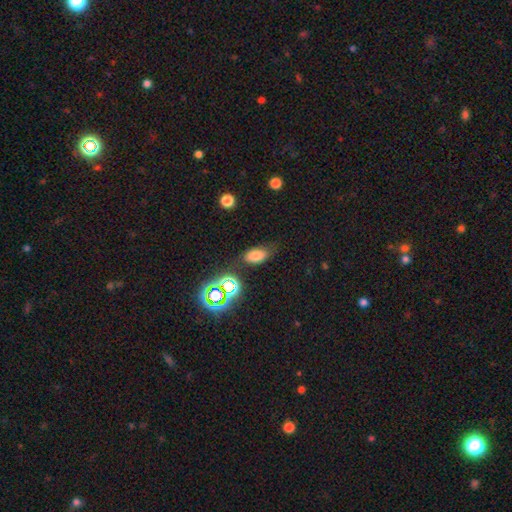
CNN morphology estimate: Q: Smooth or featured?
A: smooth (71%); runner-up: star or artifact (19%)
Q: How rounded?
A: in between (89%); runner-up: round (9%)
Q: Merging?
A: none (75%); runner-up: minor disturbance (17%)